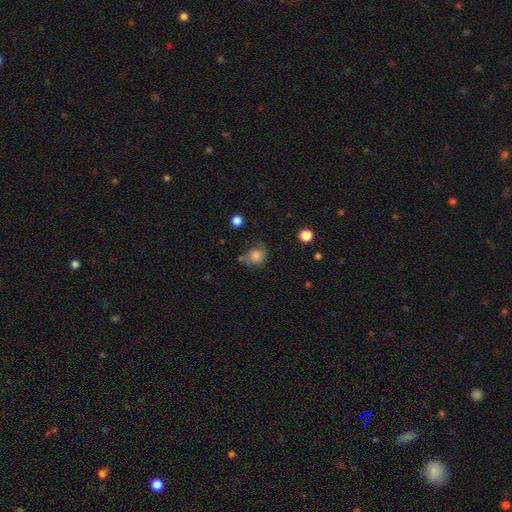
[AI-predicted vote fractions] Q: Smooth or featured?
A: smooth (76%); runner-up: featured or disk (13%)
Q: How rounded?
A: round (64%); runner-up: in between (35%)
Q: Merging?
A: none (45%); runner-up: minor disturbance (31%)